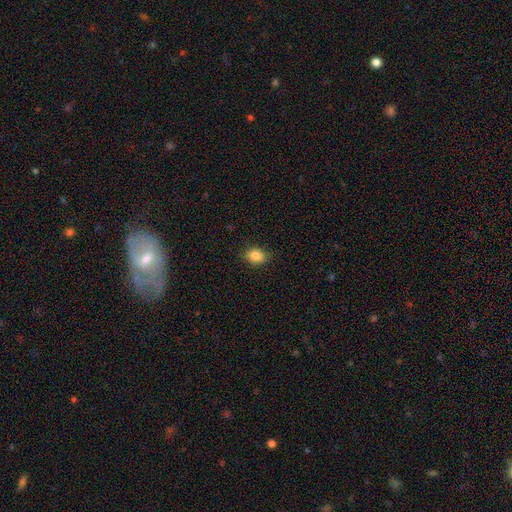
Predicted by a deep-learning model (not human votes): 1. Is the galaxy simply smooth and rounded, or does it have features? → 86% smooth, 9% star or artifact, 5% featured or disk.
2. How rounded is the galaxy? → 57% in between, 41% round, 1% cigar-shaped.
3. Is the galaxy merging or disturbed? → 84% none, 13% minor disturbance, 3% major disturbance, 1% merger.